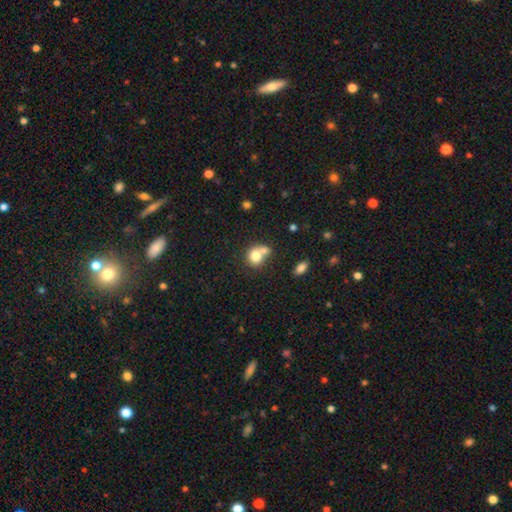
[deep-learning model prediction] smooth-or-featured: smooth: 76% | featured or disk: 14% | star or artifact: 10%
  how-rounded: round: 71% | in between: 28% | cigar-shaped: 1%
  merging: merger: 52% | none: 34% | minor disturbance: 9% | major disturbance: 5%